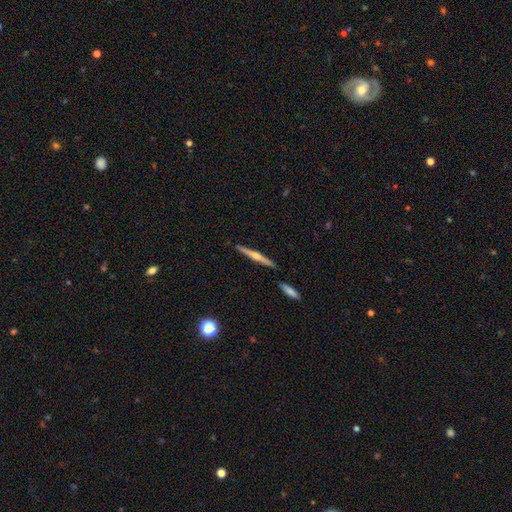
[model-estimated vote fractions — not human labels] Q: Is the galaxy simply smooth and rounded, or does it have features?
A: featured or disk — 65%.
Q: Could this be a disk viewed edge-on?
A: yes — 98%.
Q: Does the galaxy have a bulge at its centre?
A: rounded — 83%.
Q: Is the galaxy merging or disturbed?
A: none — 88%.